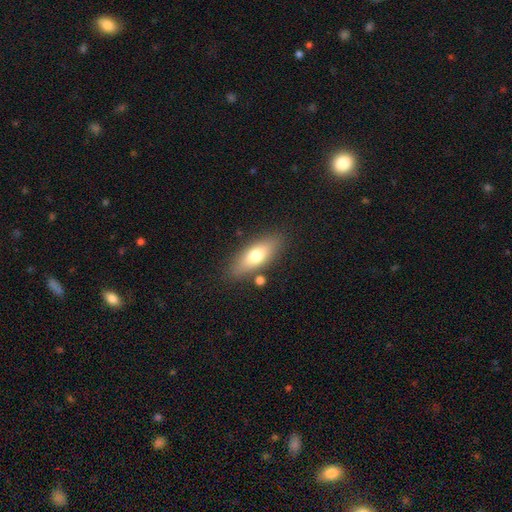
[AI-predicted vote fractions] Smooth or featured?
  - smooth: 68% *
  - featured or disk: 24%
  - star or artifact: 7%
How rounded?
  - in between: 70% *
  - cigar-shaped: 27%
  - round: 3%
Merging?
  - none: 81% *
  - minor disturbance: 11%
  - merger: 5%
  - major disturbance: 3%